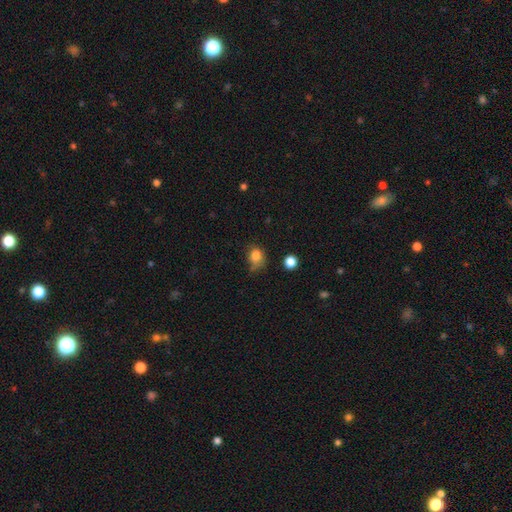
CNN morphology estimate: This is clearly a smooth galaxy (81%). How rounded: possibly round (60%). Merging: possibly none (49%).